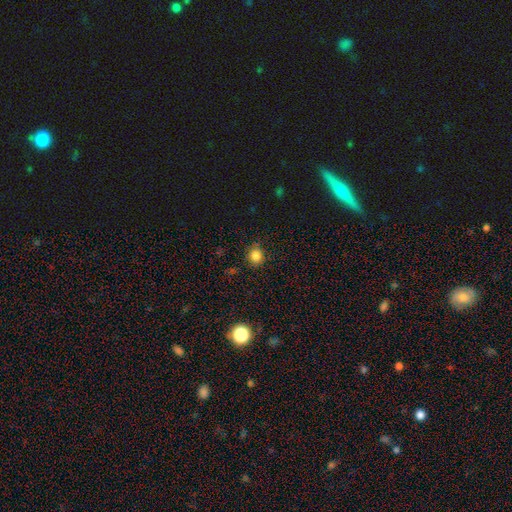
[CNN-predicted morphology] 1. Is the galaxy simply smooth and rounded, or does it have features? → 82% smooth, 13% star or artifact, 5% featured or disk.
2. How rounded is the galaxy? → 85% round, 14% in between, 1% cigar-shaped.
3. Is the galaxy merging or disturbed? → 84% none, 12% minor disturbance, 3% major disturbance, 2% merger.